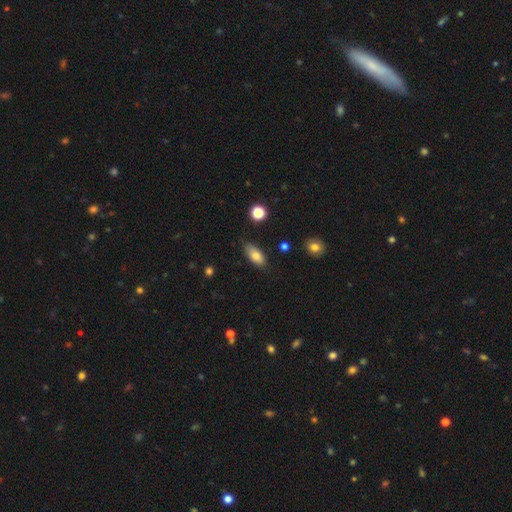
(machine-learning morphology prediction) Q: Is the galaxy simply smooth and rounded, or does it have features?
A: smooth — 81%.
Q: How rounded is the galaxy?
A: in between — 86%.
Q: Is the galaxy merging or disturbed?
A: none — 76%.